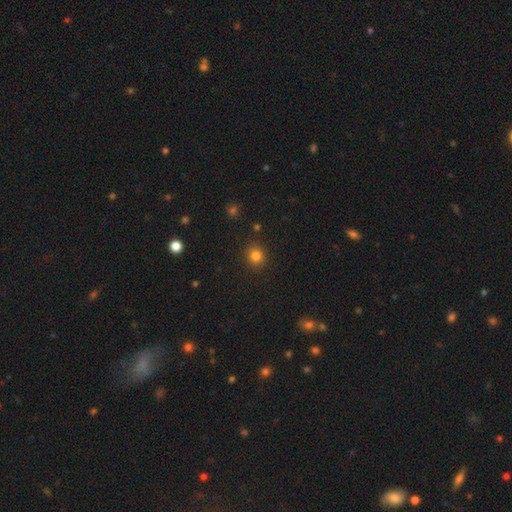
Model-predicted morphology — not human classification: smooth 81%, star or artifact 13%, featured or disk 5%. Down the decision tree: how rounded — round (88%); merging — none (90%).